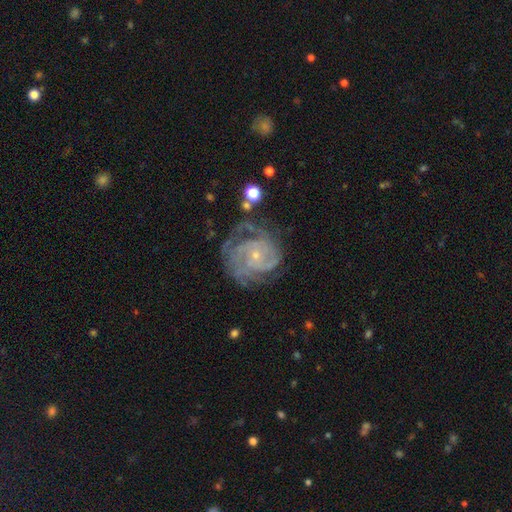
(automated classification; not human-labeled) The model was most divided on "spiral arm count": can't tell: 31%, 3: 24%, 2: 19%, 4: 13%, more than 4: 6%, 1: 6%. More confident: edge-on disk — no (98%); spiral arms — yes (93%); smooth or featured — featured or disk (84%); bulge size — small (81%); bar — no (76%); spiral winding — tight (60%); merging — none (56%).